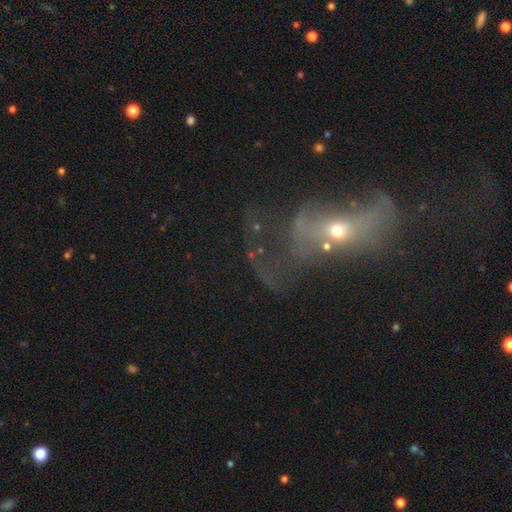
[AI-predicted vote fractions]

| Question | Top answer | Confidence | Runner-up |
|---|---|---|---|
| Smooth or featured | featured or disk | 52% | smooth (25%) |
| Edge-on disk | no | 88% | yes (12%) |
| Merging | major disturbance | 52% | none (22%) |